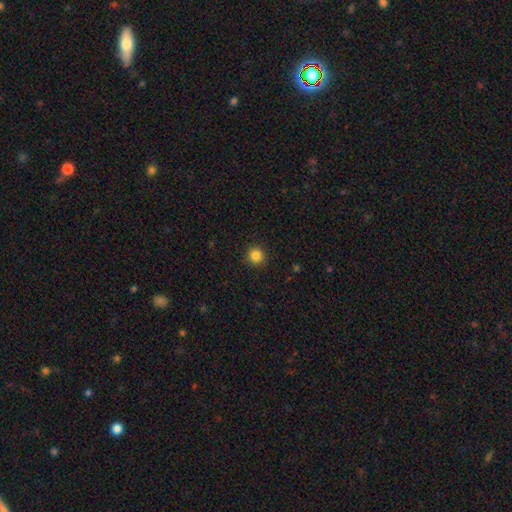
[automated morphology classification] Smooth or featured?
  - smooth: 85% *
  - star or artifact: 11%
  - featured or disk: 4%
How rounded?
  - round: 94% *
  - in between: 5%
  - cigar-shaped: 1%
Merging?
  - none: 92% *
  - minor disturbance: 5%
  - major disturbance: 2%
  - merger: 1%